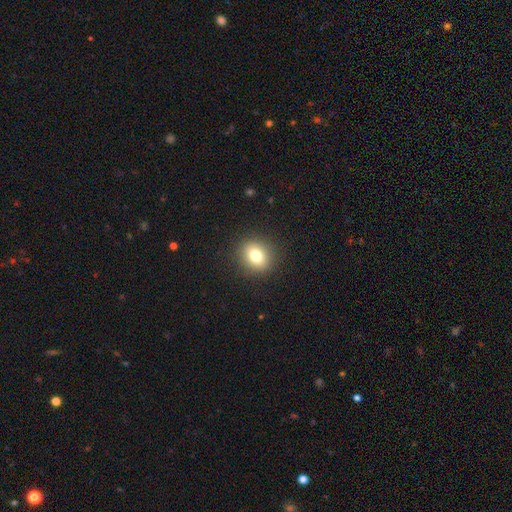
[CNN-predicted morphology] Smooth or featured? smooth (78%)
How rounded? round (65%)
Merging? none (90%)